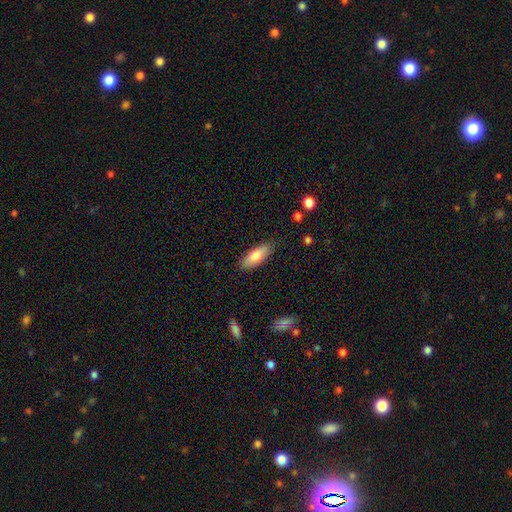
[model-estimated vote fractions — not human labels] The model was most divided on "how rounded": in between: 69%, cigar-shaped: 29%, round: 2%. More confident: merging — none (85%); smooth or featured — smooth (79%).